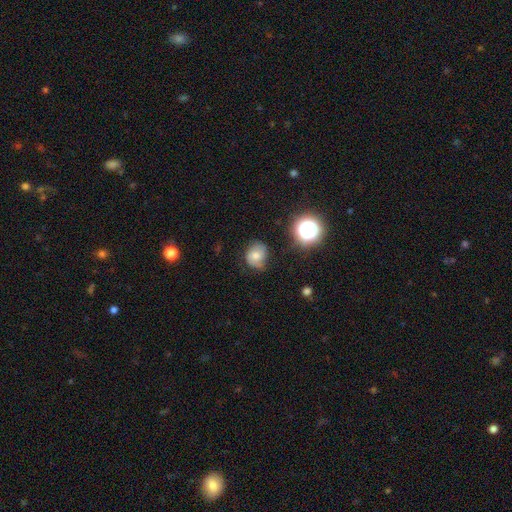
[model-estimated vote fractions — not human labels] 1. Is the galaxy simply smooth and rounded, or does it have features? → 55% smooth, 31% featured or disk, 14% star or artifact.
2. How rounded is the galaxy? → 67% round, 32% in between, 1% cigar-shaped.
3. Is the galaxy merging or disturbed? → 57% none, 30% minor disturbance, 10% major disturbance, 2% merger.